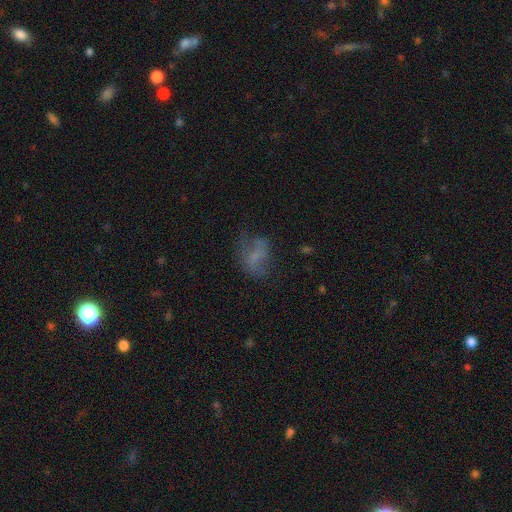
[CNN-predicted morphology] type=smooth (51%); roundness=in between (73%); merging=none (47%).